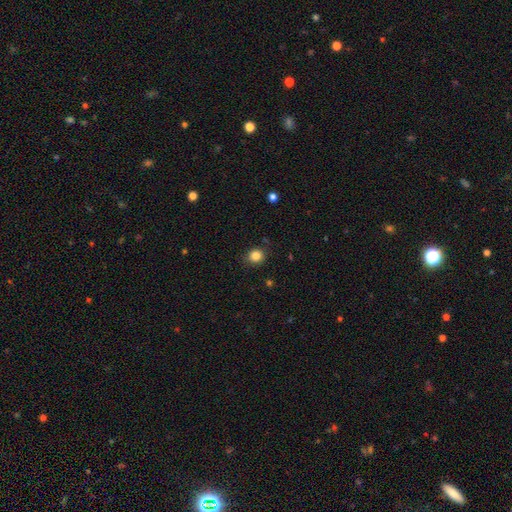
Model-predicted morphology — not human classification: Smooth or featured: smooth — 85% (star or artifact — 11%)
How rounded: round — 82% (in between — 17%)
Merging: none — 87% (minor disturbance — 9%)